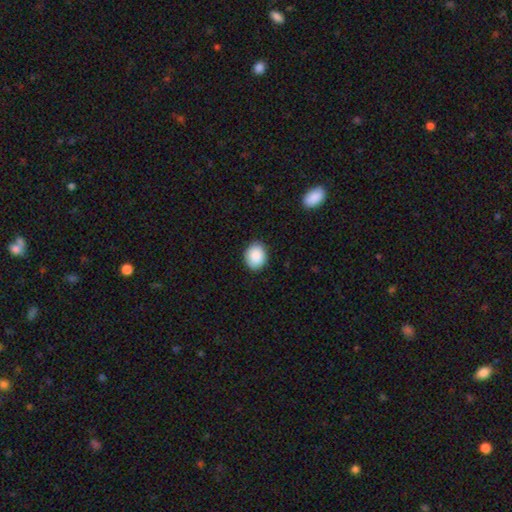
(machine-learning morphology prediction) Overall: smooth (89%). How rounded: round (53%; in between 46%). Merging: none (89%).